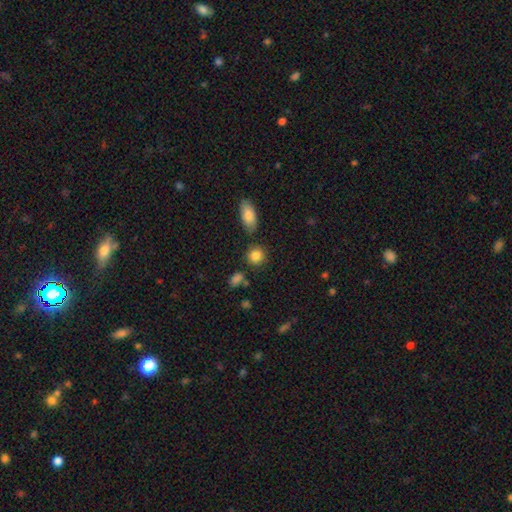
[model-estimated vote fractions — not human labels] Q: Smooth or featured?
A: smooth (86%); runner-up: star or artifact (9%)
Q: How rounded?
A: round (83%); runner-up: in between (16%)
Q: Merging?
A: none (80%); runner-up: minor disturbance (10%)